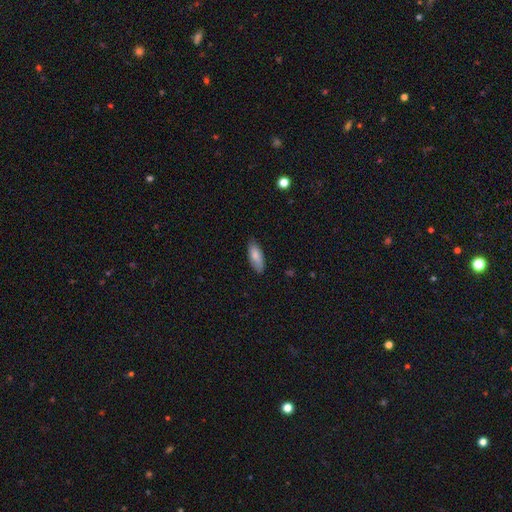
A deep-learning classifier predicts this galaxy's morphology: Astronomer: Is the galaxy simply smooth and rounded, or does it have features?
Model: smooth — 82%.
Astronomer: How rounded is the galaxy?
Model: in between — 77%.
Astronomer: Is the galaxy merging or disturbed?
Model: none — 82%.